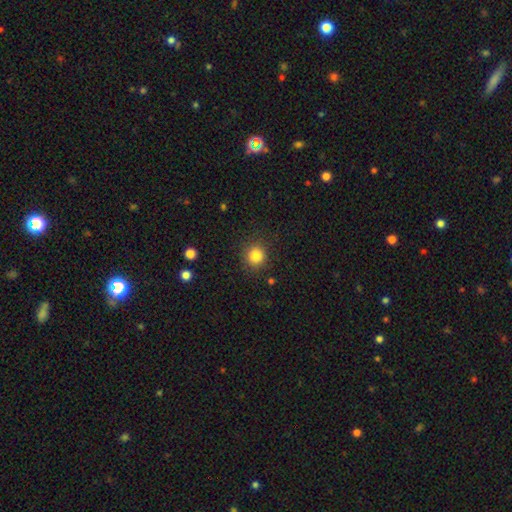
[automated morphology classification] Smooth or featured? smooth (85%)
How rounded? round (89%)
Merging? none (87%)